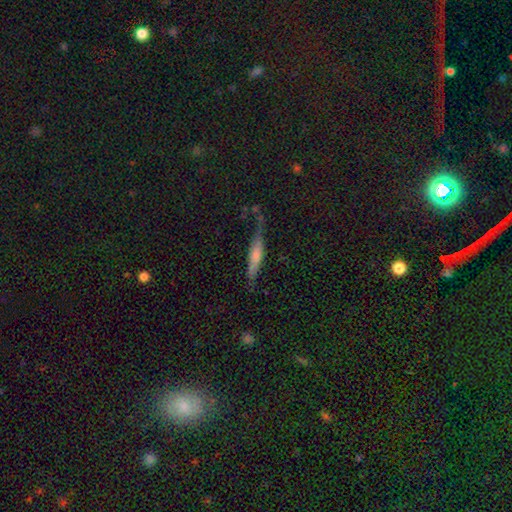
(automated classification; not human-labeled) A smooth galaxy with no disk features (57%) that is cigar-shaped (86%). Merging: none (61%).